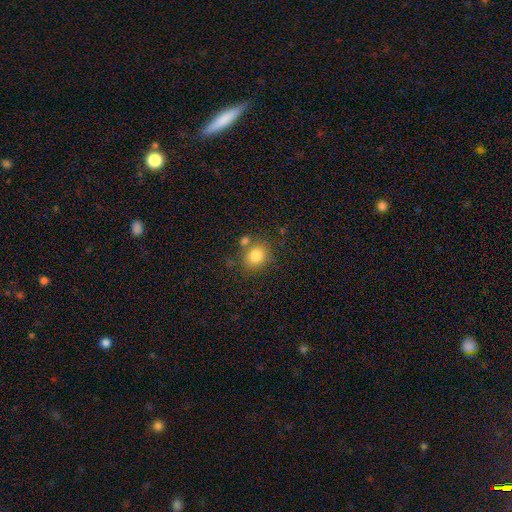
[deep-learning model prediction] Smooth or featured?
  - smooth: 81% *
  - star or artifact: 11%
  - featured or disk: 8%
How rounded?
  - round: 69% *
  - in between: 30%
  - cigar-shaped: 1%
Merging?
  - none: 71% *
  - merger: 13%
  - minor disturbance: 12%
  - major disturbance: 4%